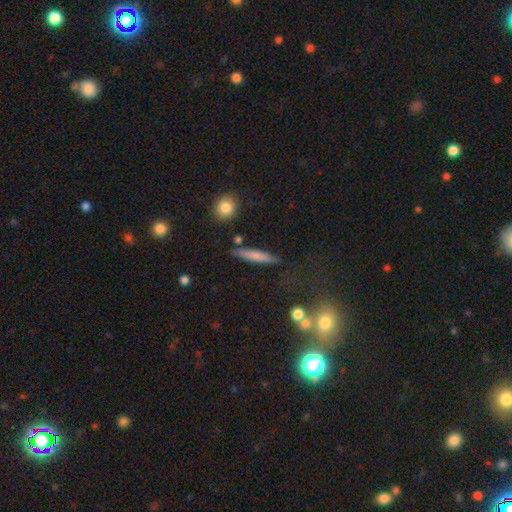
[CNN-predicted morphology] Overall: smooth (69%). How rounded: cigar-shaped (91%). Merging: none (84%).